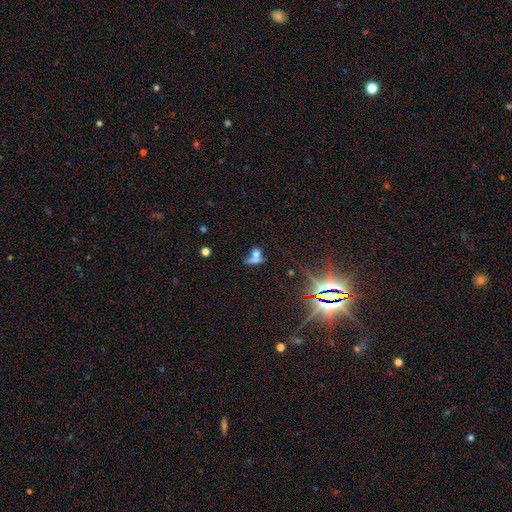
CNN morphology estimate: Smooth or featured? Predicted: smooth (p=0.55). How rounded? Predicted: in between (p=0.52). Merging? Predicted: merger (p=0.47).